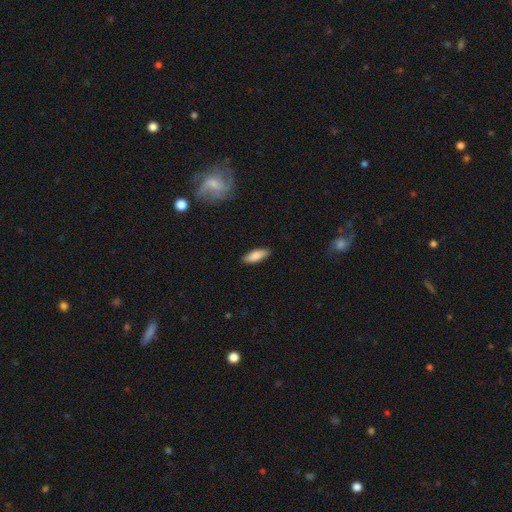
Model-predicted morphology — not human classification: Smooth or featured: smooth — 85% (featured or disk — 9%)
How rounded: in between — 72% (cigar-shaped — 26%)
Merging: none — 88% (minor disturbance — 9%)